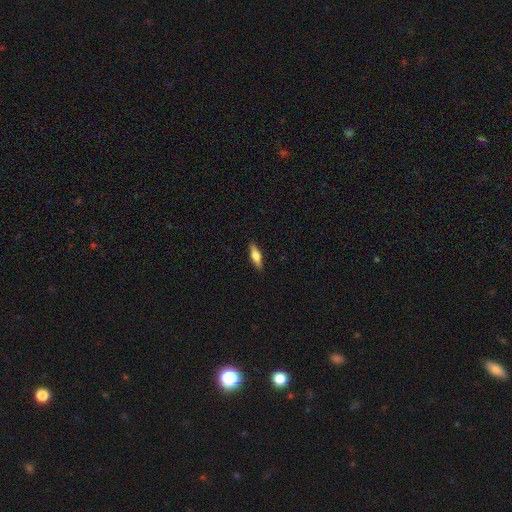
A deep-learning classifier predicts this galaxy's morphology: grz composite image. It shows a smooth galaxy with no disk features (64%) that is cigar-shaped (56%). Merging: none (88%).